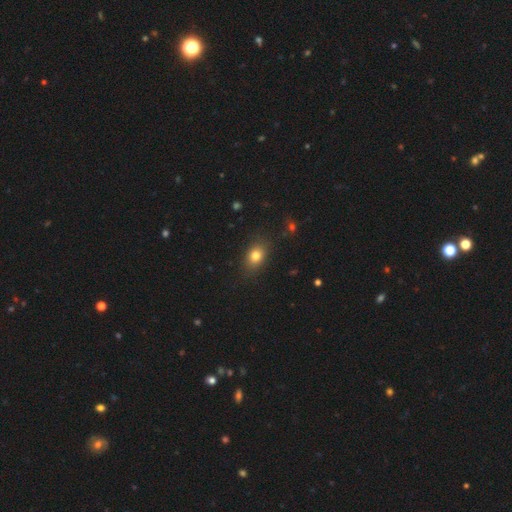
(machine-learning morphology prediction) Smooth or featured?
  - smooth: 80% *
  - star or artifact: 11%
  - featured or disk: 9%
How rounded?
  - in between: 68% *
  - round: 30%
  - cigar-shaped: 2%
Merging?
  - none: 83% *
  - minor disturbance: 13%
  - major disturbance: 4%
  - merger: 1%